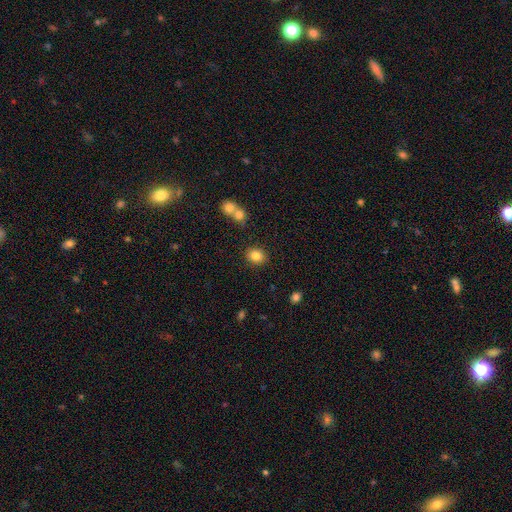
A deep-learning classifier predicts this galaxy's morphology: A smooth galaxy with no disk features (83%) that is round (54%). Merging: none (85%).